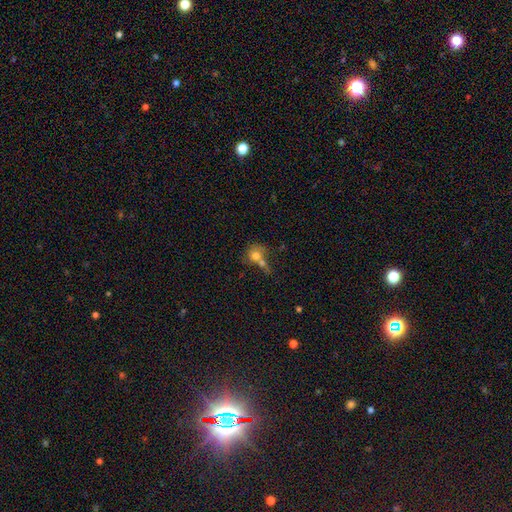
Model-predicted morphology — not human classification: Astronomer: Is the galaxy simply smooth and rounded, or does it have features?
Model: smooth — 73%.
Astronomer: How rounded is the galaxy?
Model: round — 73%.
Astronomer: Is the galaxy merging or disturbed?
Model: merger — 53%.